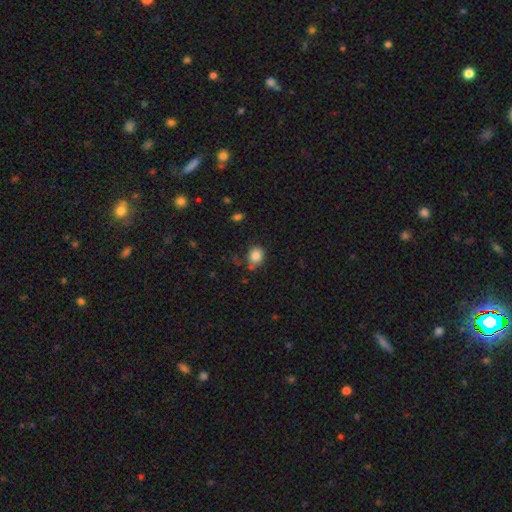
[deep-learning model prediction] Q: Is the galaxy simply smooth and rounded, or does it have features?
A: smooth — 85%.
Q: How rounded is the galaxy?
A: round — 66%.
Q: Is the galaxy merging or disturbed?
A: none — 72%.